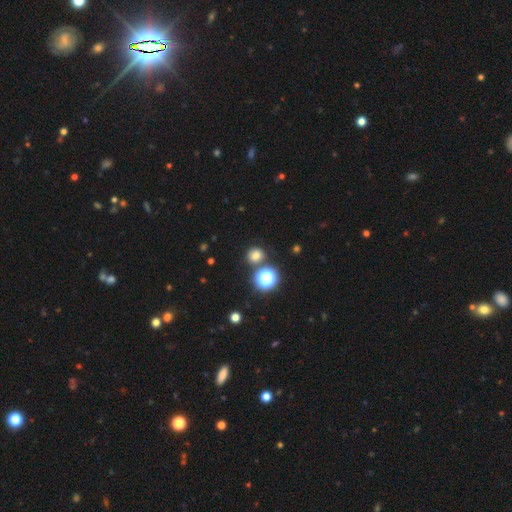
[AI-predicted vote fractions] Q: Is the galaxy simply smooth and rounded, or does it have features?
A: smooth — 72%.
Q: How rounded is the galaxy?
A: round — 85%.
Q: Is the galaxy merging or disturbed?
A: none — 81%.